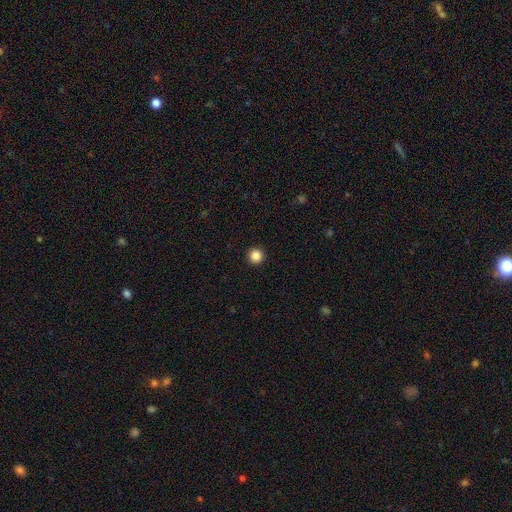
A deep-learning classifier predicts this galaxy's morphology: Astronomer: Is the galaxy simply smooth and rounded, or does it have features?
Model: smooth — 86%.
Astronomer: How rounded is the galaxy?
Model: round — 96%.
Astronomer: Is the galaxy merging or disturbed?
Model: none — 94%.